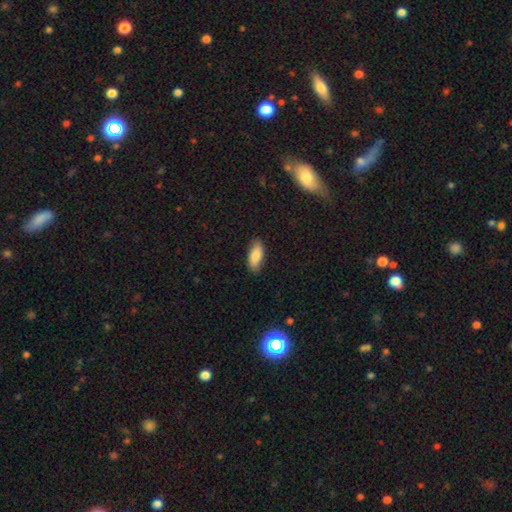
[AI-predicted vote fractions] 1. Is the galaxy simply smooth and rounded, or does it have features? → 87% smooth, 7% featured or disk, 6% star or artifact.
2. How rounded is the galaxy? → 81% in between, 17% cigar-shaped, 2% round.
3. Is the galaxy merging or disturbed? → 84% none, 13% minor disturbance, 2% major disturbance, 1% merger.